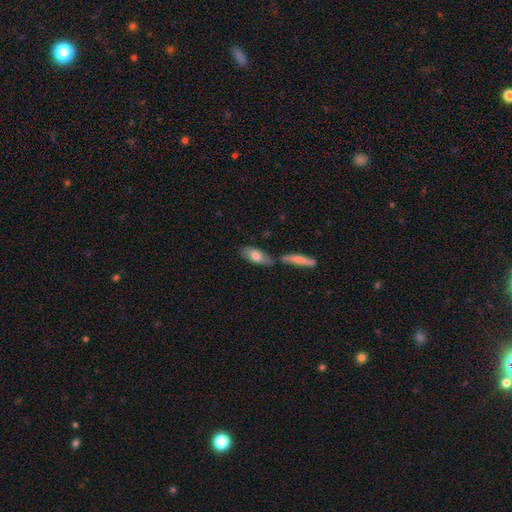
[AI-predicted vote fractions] Smooth or featured? Predicted: smooth (p=0.72). How rounded? Predicted: in between (p=0.75). Merging? Predicted: none (p=0.54).